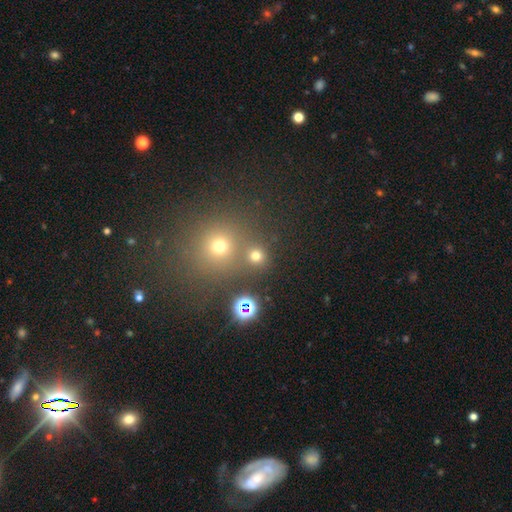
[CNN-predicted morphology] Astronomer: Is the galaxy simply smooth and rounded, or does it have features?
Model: smooth — 70%.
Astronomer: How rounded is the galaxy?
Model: round — 90%.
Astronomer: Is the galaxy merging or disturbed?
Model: none — 71%.